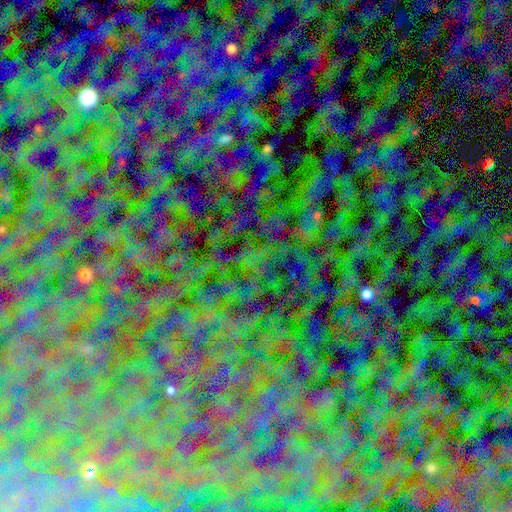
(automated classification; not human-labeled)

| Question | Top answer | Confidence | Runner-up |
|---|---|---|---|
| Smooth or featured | star or artifact | 82% | smooth (10%) |